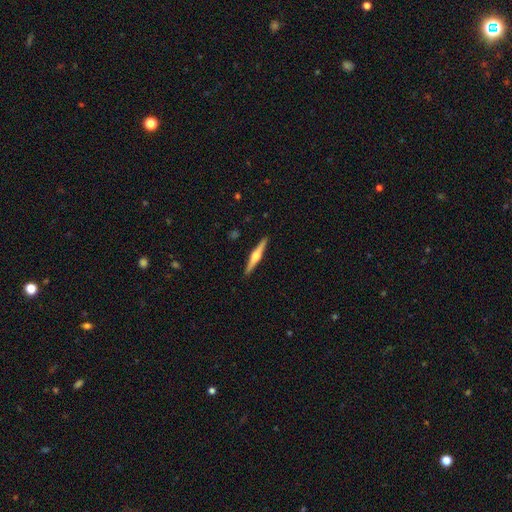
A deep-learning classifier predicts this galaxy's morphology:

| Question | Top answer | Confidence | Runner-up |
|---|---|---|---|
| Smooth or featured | featured or disk | 72% | smooth (23%) |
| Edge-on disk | yes | 98% | no (2%) |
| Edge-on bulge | rounded | 91% | boxy (5%) |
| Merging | none | 92% | minor disturbance (6%) |